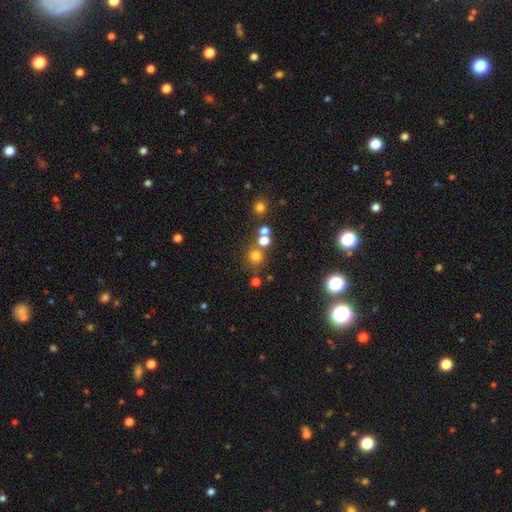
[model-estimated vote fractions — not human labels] smooth-or-featured: smooth: 71% | star or artifact: 21% | featured or disk: 8%
  how-rounded: round: 89% | in between: 10% | cigar-shaped: 1%
  merging: none: 68% | merger: 20% | minor disturbance: 8% | major disturbance: 4%